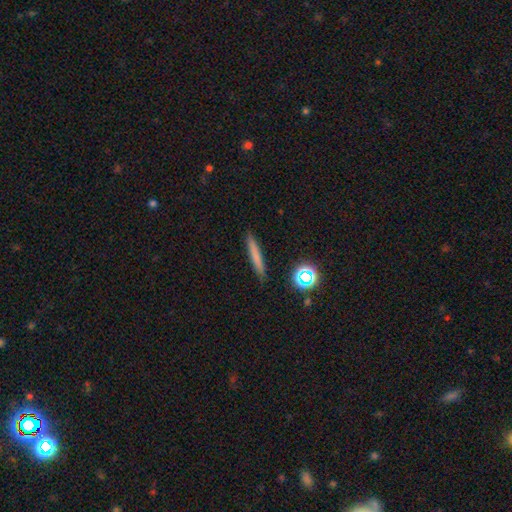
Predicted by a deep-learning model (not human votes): A smooth galaxy with no disk features (71%) that is cigar-shaped (94%). Merging: none (89%).